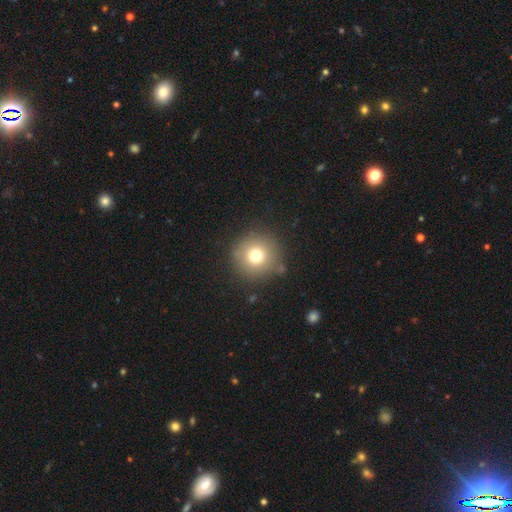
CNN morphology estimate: Smooth or featured: smooth — 74% (star or artifact — 13%)
How rounded: round — 95% (in between — 4%)
Merging: none — 85% (minor disturbance — 9%)